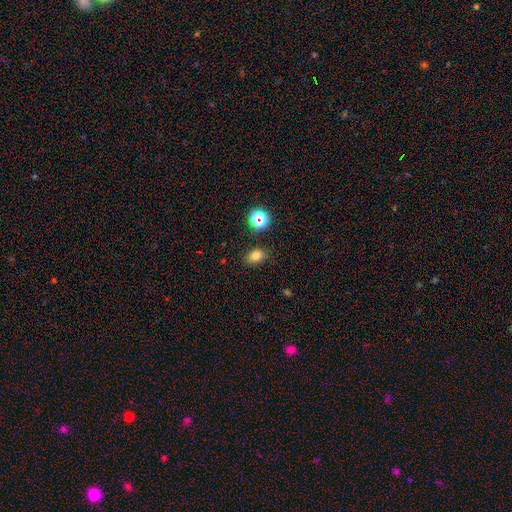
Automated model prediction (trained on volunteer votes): Q: Smooth or featured?
A: smooth (78%); runner-up: star or artifact (15%)
Q: How rounded?
A: in between (68%); runner-up: round (31%)
Q: Merging?
A: none (83%); runner-up: minor disturbance (11%)